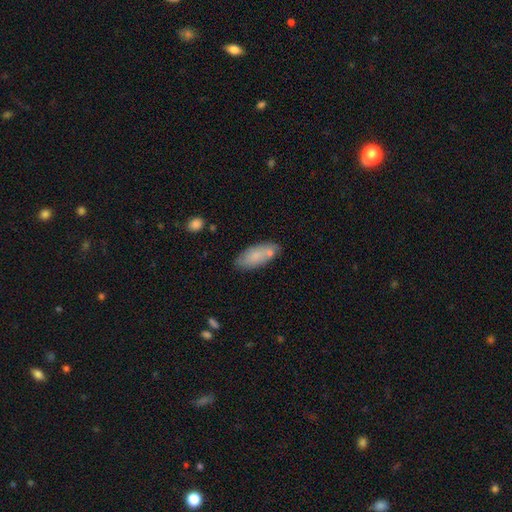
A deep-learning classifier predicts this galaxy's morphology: Smooth or featured? Predicted: smooth (p=0.79). How rounded? Predicted: in between (p=0.87). Merging? Predicted: none (p=0.68).